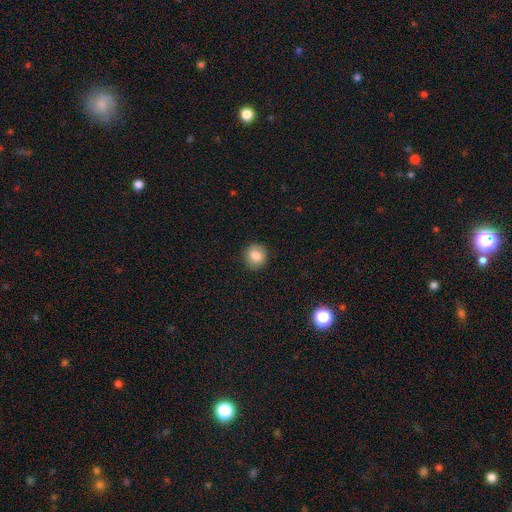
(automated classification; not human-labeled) smooth-or-featured: smooth: 82% | star or artifact: 9% | featured or disk: 8%
  how-rounded: round: 89% | in between: 10% | cigar-shaped: 1%
  merging: none: 90% | minor disturbance: 7% | major disturbance: 2% | merger: 1%